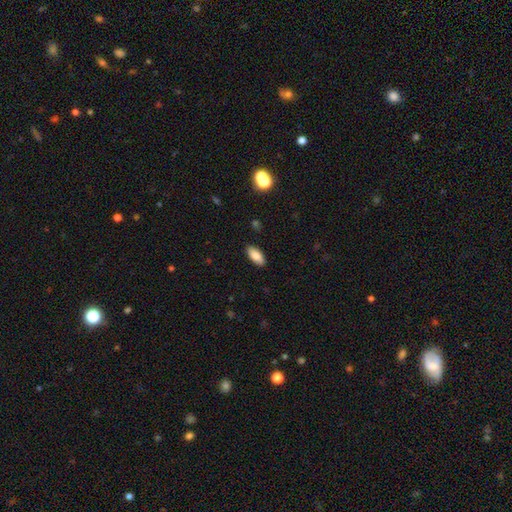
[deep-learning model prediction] Smooth or featured: smooth — 85% (featured or disk — 8%)
How rounded: in between — 86% (cigar-shaped — 12%)
Merging: none — 88% (minor disturbance — 9%)